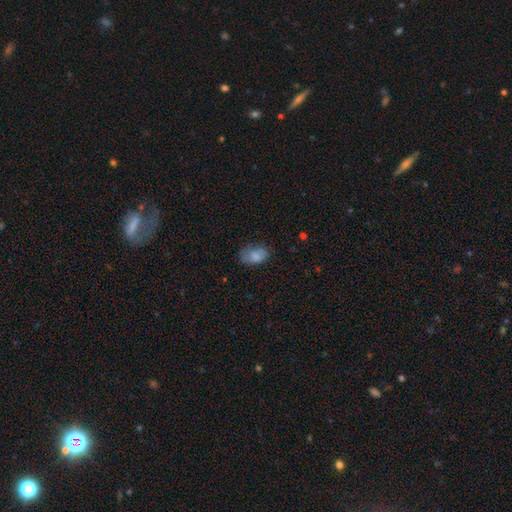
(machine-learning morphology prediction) Q: Smooth or featured?
A: smooth (81%); runner-up: featured or disk (10%)
Q: How rounded?
A: in between (89%); runner-up: round (10%)
Q: Merging?
A: none (58%); runner-up: minor disturbance (30%)